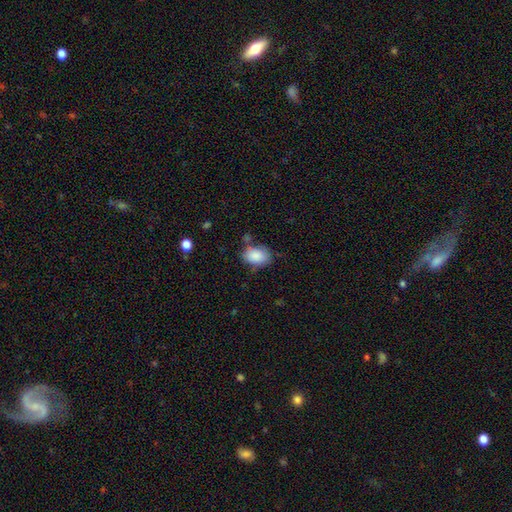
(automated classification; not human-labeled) smooth_or_featured: smooth (p=0.88) [alt: star or artifact p=0.07]
how_rounded: in between (p=0.83) [alt: round p=0.16]
merging: none (p=0.66) [alt: minor disturbance p=0.21]